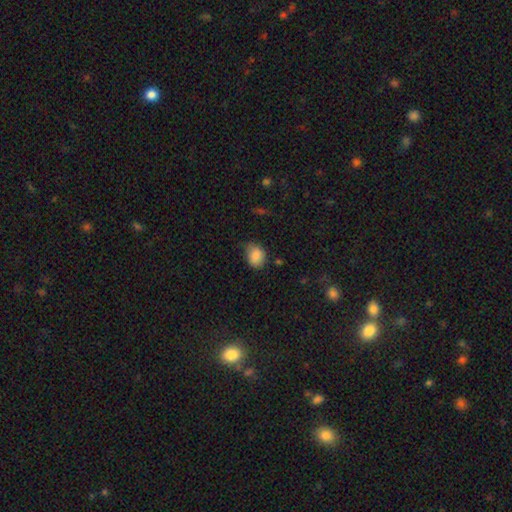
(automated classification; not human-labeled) Overall: smooth (85%). How rounded: in between (58%; round 41%). Merging: none (58%; minor disturbance 32%).